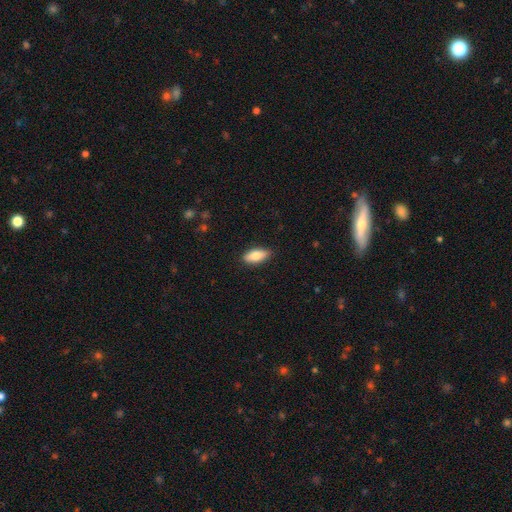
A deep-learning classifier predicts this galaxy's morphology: This is likely a smooth galaxy (80%). How rounded: clearly in between (84%). Merging: clearly none (88%).